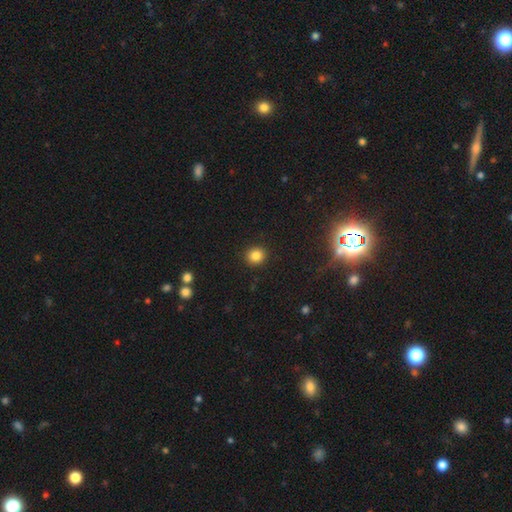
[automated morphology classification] Smooth or featured? smooth (84%)
How rounded? round (83%)
Merging? none (91%)